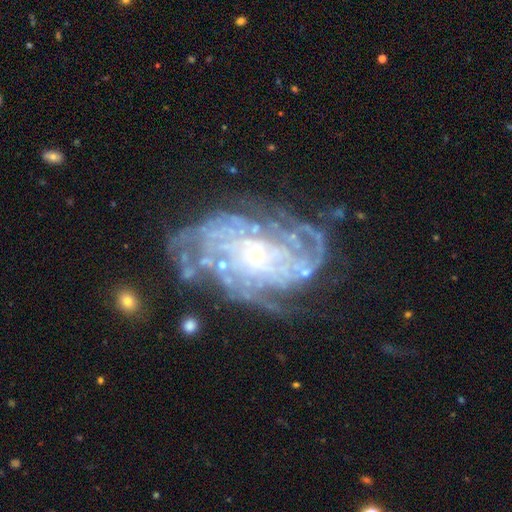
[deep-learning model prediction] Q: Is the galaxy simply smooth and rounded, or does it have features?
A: featured or disk — 87%.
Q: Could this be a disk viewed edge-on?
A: no — 97%.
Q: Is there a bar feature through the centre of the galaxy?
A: no — 69%.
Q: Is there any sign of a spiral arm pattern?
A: yes — 94%.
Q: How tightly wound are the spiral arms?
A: tight — 67%.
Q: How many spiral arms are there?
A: can't tell — 34%.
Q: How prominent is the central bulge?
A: small — 76%.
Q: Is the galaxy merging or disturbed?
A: none — 64%.